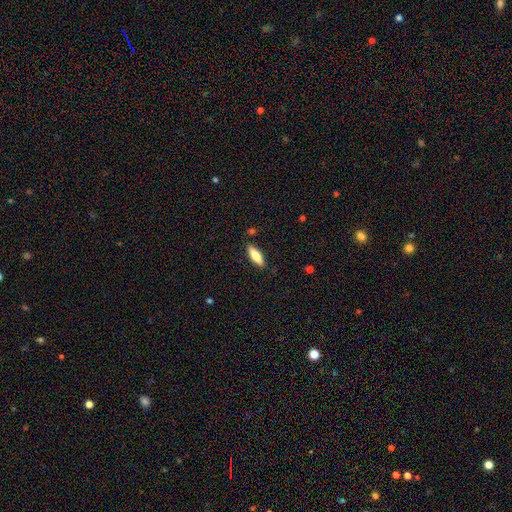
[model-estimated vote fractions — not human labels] Smooth or featured? smooth (77%)
How rounded? in between (53%)
Merging? none (87%)